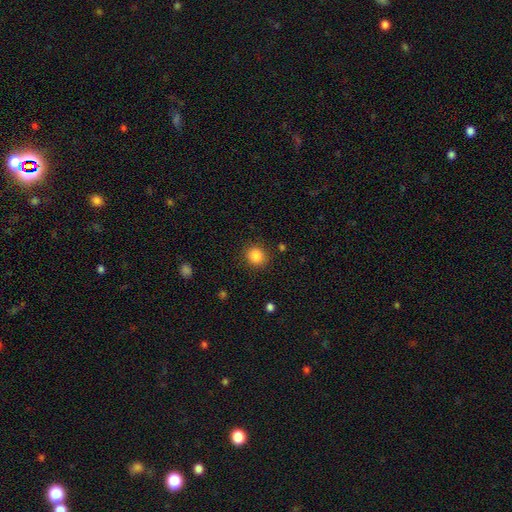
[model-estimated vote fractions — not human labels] Smooth or featured?
  - smooth: 86% *
  - star or artifact: 10%
  - featured or disk: 4%
How rounded?
  - round: 84% *
  - in between: 15%
  - cigar-shaped: 1%
Merging?
  - none: 87% *
  - minor disturbance: 8%
  - major disturbance: 3%
  - merger: 1%